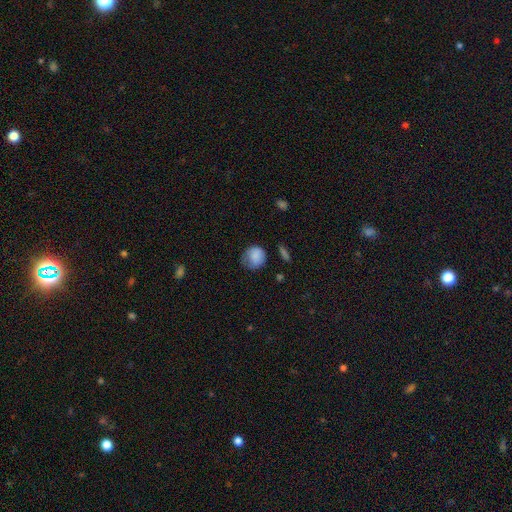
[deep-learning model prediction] Overall: smooth (83%). How rounded: round (76%). Merging: none (51%; minor disturbance 34%).